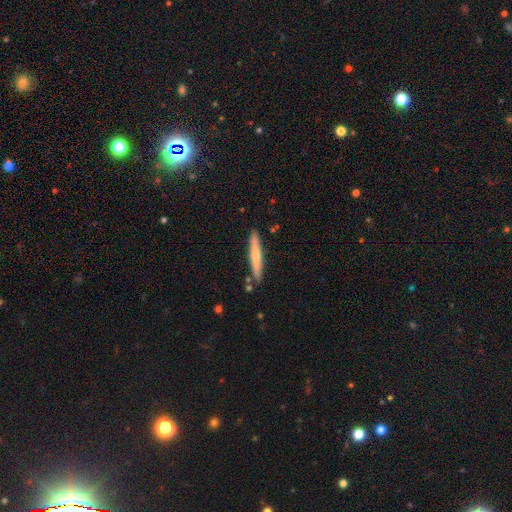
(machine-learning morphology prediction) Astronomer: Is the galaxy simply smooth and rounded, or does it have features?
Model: smooth — 57% (runner-up: featured or disk, 38%).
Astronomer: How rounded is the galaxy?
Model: cigar-shaped — 95%.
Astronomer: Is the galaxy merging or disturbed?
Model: none — 87%.